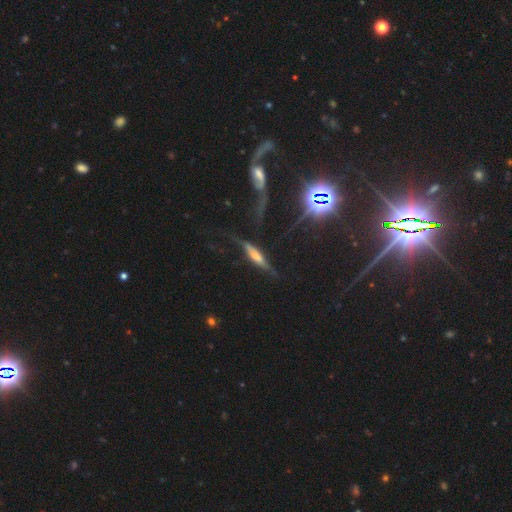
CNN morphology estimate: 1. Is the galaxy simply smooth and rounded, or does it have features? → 49% featured or disk, 40% smooth, 12% star or artifact.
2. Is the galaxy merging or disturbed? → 52% none, 25% minor disturbance, 19% major disturbance, 4% merger.